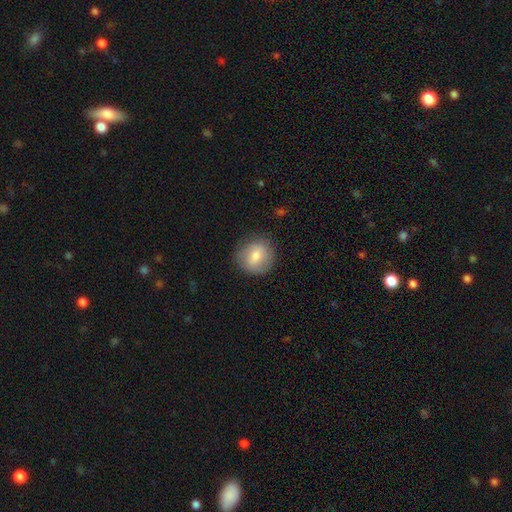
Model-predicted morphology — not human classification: smooth-or-featured: smooth: 72% | featured or disk: 21% | star or artifact: 7%
  how-rounded: round: 84% | in between: 15% | cigar-shaped: 1%
  merging: none: 81% | minor disturbance: 13% | major disturbance: 4% | merger: 1%